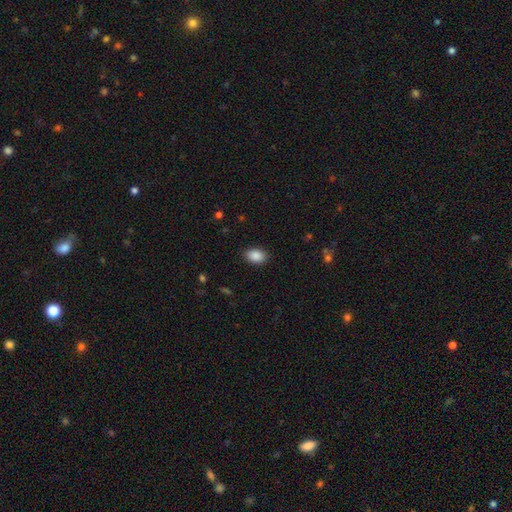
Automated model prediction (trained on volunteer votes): smooth_or_featured: smooth (p=0.89) [alt: star or artifact p=0.08]
how_rounded: in between (p=0.83) [alt: round p=0.16]
merging: none (p=0.88) [alt: minor disturbance p=0.09]